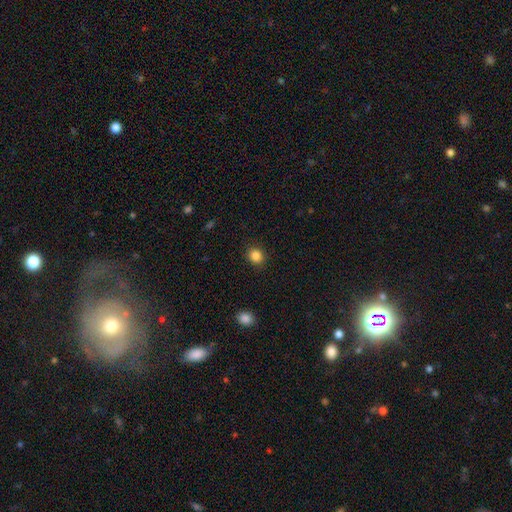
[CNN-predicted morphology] Smooth or featured? smooth (85%)
How rounded? round (81%)
Merging? none (90%)